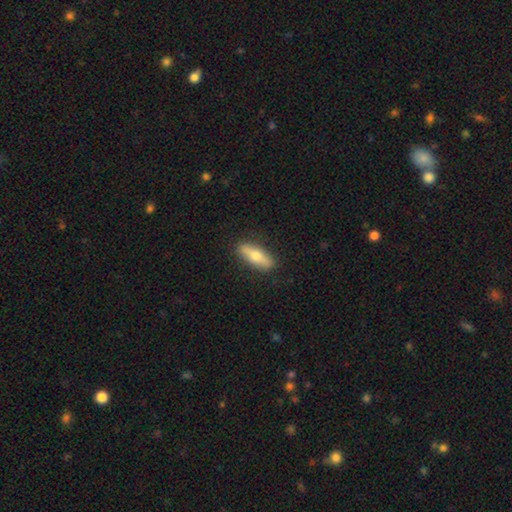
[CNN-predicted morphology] A smooth galaxy with no disk features (60%) that is cigar-shaped (50%). Merging: none (87%).